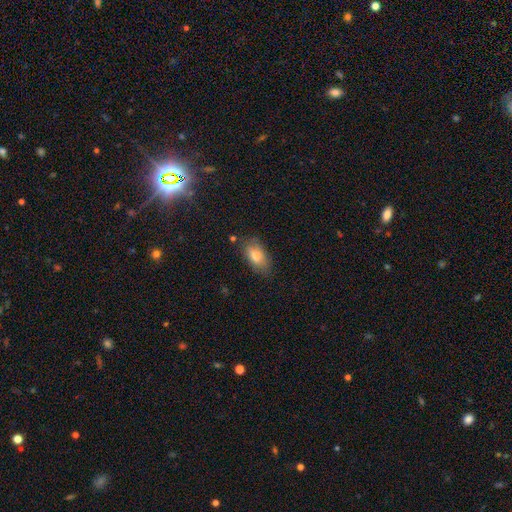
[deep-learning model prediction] This is likely a smooth galaxy (76%). How rounded: clearly in between (88%). Merging: likely none (74%).